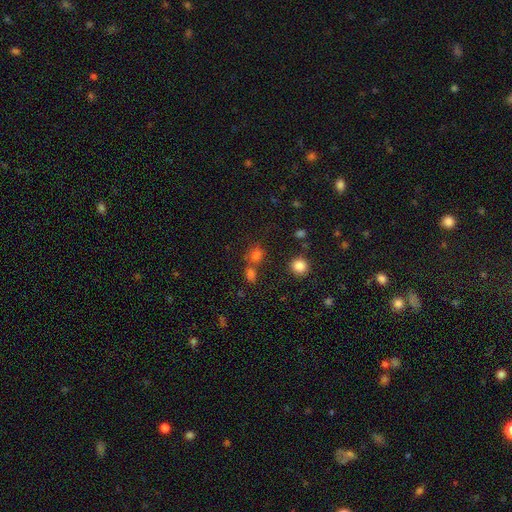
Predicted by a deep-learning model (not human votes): Smooth or featured? smooth (67%)
How rounded? round (67%)
Merging? none (58%)